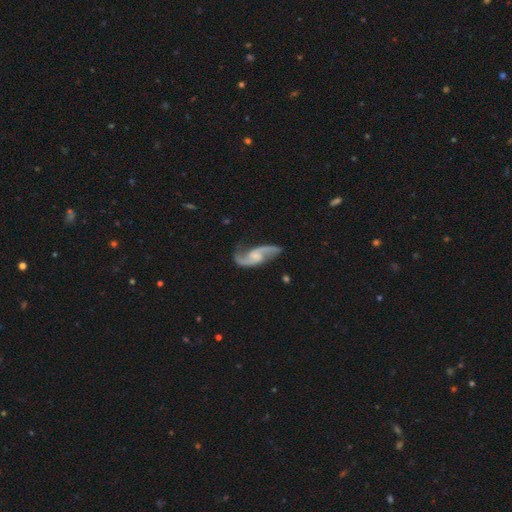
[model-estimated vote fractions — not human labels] The model was most divided on "bar" (2-way tie): no: 44%, weak: 44%, strong: 11%. Remaining: spiral arms — yes (97%); edge-on disk — no (97%); spiral arm count — 2 (94%); smooth or featured — featured or disk (90%); merging — none (75%); spiral winding — loose (64%); bulge size — none (37%).